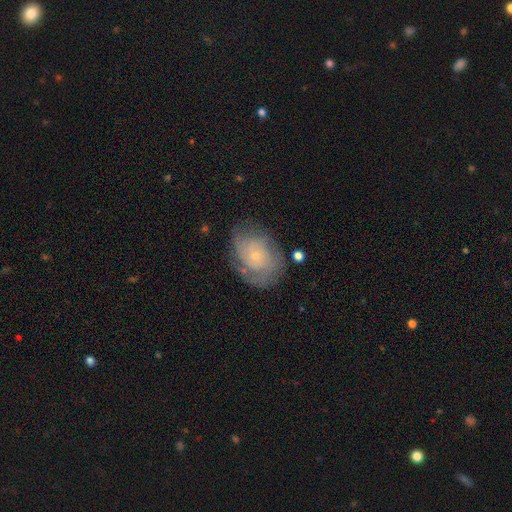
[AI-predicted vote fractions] A featured or disk galaxy (68%) with no bar (80%), tight (59%) spiral arms (87%) and a small central bulge (80%).

Vote fractions:
- Smooth or featured? featured or disk: 68% / smooth: 24% / star or artifact: 8%
- Edge-on disk? no: 97% / yes: 3%
- Bar? no: 80% / weak: 18% / strong: 2%
- Spiral arms? yes: 87% / no: 13%
- Spiral winding? tight: 59% / medium: 30% / loose: 11%
- Spiral arm count? can't tell: 42% / 2: 27% / 3: 14% / 1: 7% / 4: 6% / more than 4: 4%
- Bulge size? small: 80% / moderate: 13% / none: 4% / large: 1% / dominant: 1%
- Merging? none: 68% / minor disturbance: 21% / major disturbance: 10% / merger: 2%